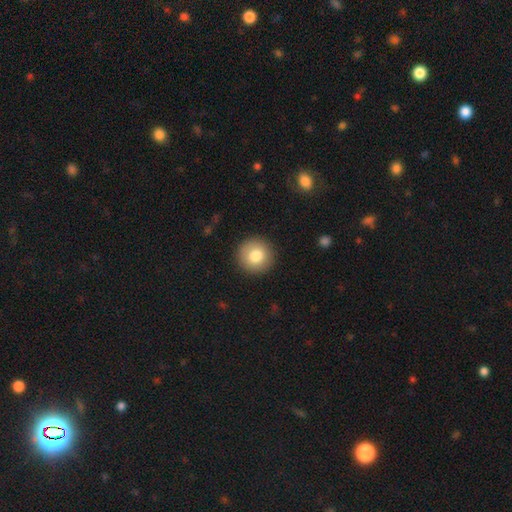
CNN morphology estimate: smooth-or-featured: smooth: 80% | featured or disk: 12% | star or artifact: 8%
  how-rounded: round: 95% | in between: 4% | cigar-shaped: 1%
  merging: none: 92% | minor disturbance: 6% | major disturbance: 2% | merger: 1%